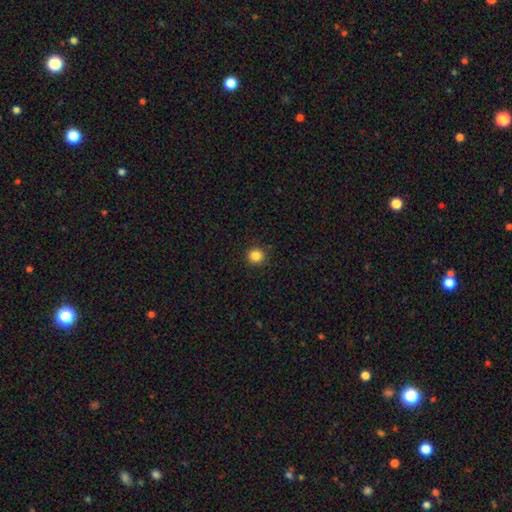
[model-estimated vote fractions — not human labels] Q: Smooth or featured?
A: smooth (85%); runner-up: star or artifact (11%)
Q: How rounded?
A: round (93%); runner-up: in between (6%)
Q: Merging?
A: none (92%); runner-up: minor disturbance (5%)